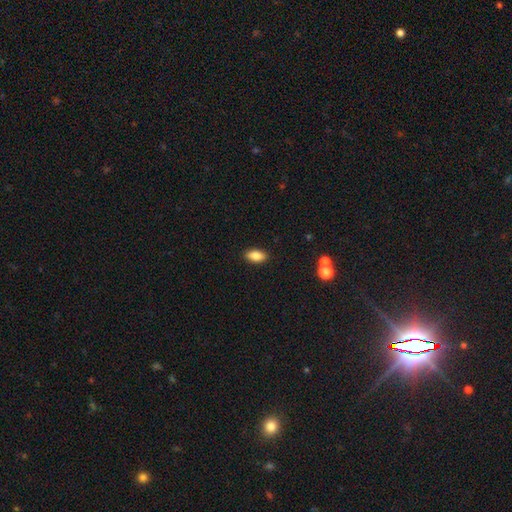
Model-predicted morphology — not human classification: smooth 85%, star or artifact 8%, featured or disk 7%. Down the decision tree: how rounded — in between (90%); merging — none (90%).